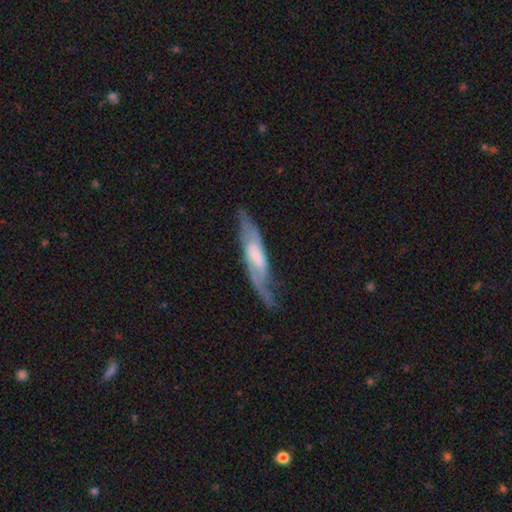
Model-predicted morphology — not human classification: A featured or disk galaxy (72%).

Vote fractions:
- Smooth or featured? featured or disk: 72% / smooth: 23% / star or artifact: 6%
- Edge-on disk? no: 62% / yes: 38%
- Merging? none: 60% / minor disturbance: 24% / major disturbance: 14% / merger: 2%